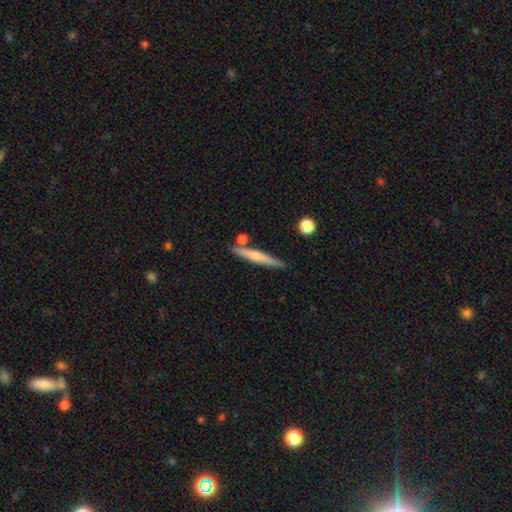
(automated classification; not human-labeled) Morphology: type=smooth (52%); roundness=cigar-shaped (93%); merging=none (80%).